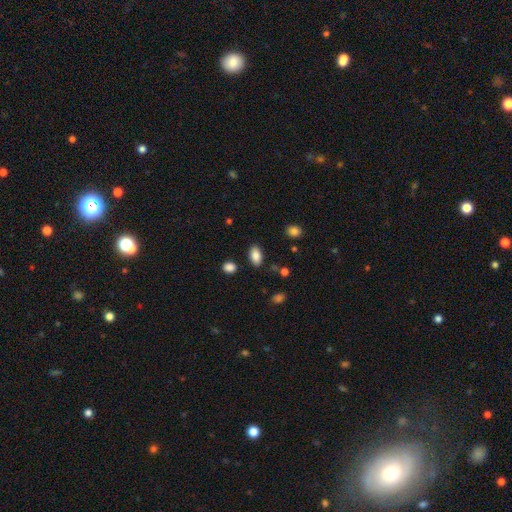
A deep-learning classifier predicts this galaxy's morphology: Q: Smooth or featured?
A: smooth (86%); runner-up: star or artifact (8%)
Q: How rounded?
A: in between (92%); runner-up: round (5%)
Q: Merging?
A: none (85%); runner-up: minor disturbance (10%)